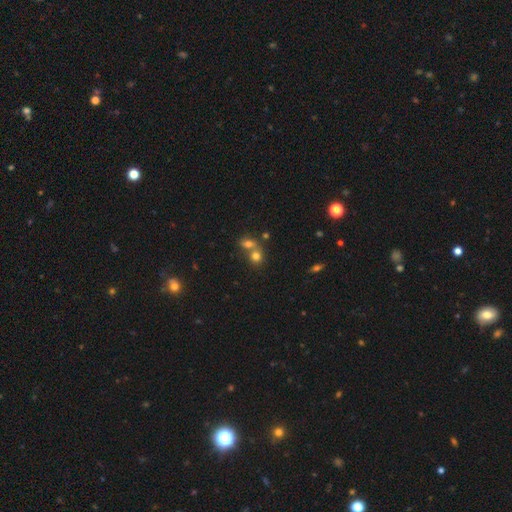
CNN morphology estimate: A smooth galaxy with no disk features (73%) that is round (71%). Merging: merger (53%).